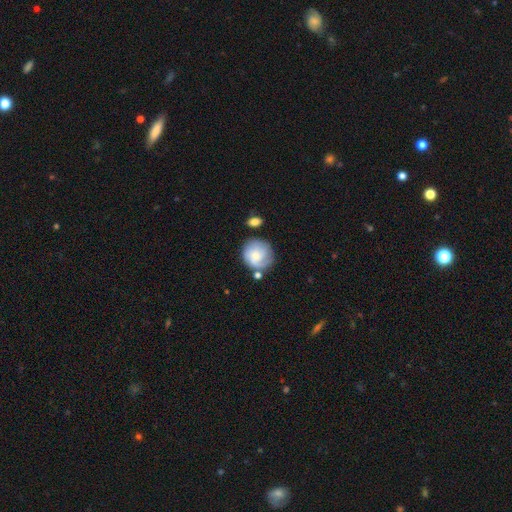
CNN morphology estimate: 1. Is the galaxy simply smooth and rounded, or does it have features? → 48% featured or disk, 45% smooth, 7% star or artifact.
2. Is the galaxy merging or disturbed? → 65% none, 19% minor disturbance, 9% merger, 7% major disturbance.